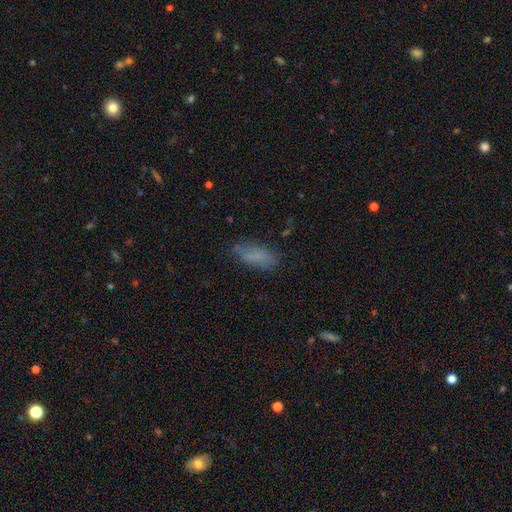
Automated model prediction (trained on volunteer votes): The model was most divided on "merging": none: 64%, minor disturbance: 24%, major disturbance: 10%, merger: 2%. More confident: how rounded — in between (73%); smooth or featured — smooth (72%).